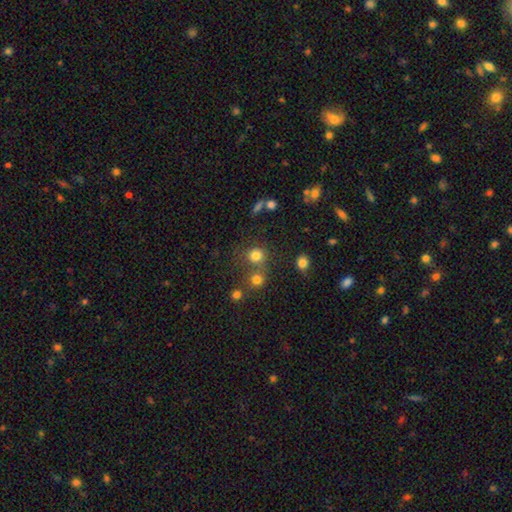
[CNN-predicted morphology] smooth_or_featured: smooth (p=0.78) [alt: star or artifact p=0.15]
how_rounded: round (p=0.87) [alt: in between p=0.12]
merging: none (p=0.61) [alt: merger p=0.25]